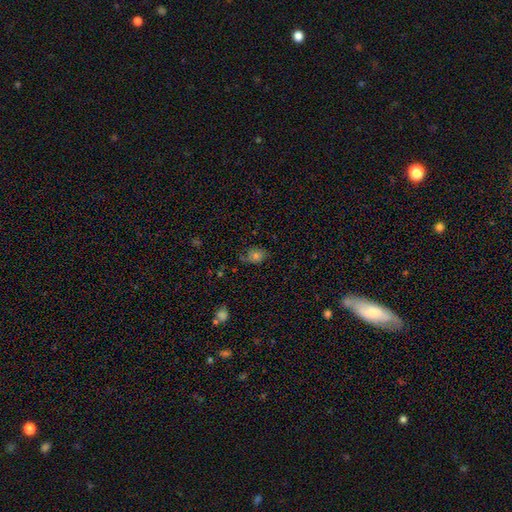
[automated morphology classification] smooth 65%, featured or disk 19%, star or artifact 16%. Down the decision tree: how rounded — in between (58%); merging — none (61%).